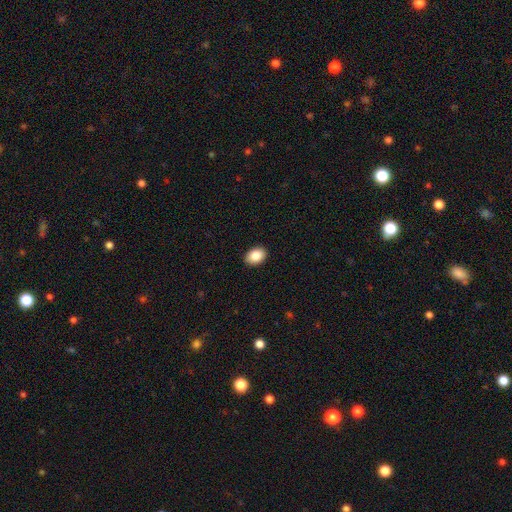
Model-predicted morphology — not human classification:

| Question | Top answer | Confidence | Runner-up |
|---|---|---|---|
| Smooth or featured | smooth | 86% | star or artifact (8%) |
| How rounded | in between | 78% | round (21%) |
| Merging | none | 91% | minor disturbance (7%) |